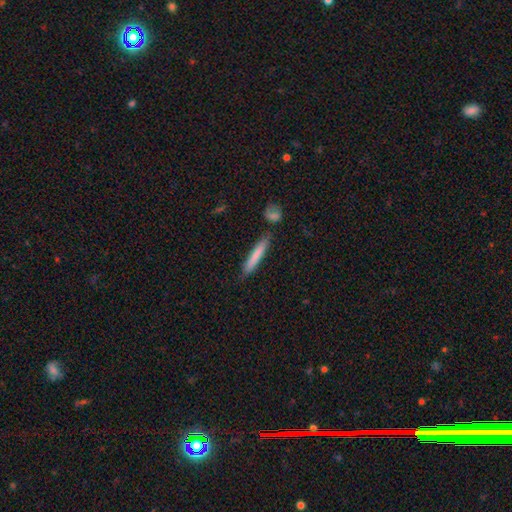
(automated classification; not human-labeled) Smooth or featured?
  - smooth: 74% *
  - featured or disk: 20%
  - star or artifact: 6%
How rounded?
  - cigar-shaped: 94% *
  - in between: 5%
  - round: 1%
Merging?
  - none: 80% *
  - minor disturbance: 12%
  - merger: 6%
  - major disturbance: 3%